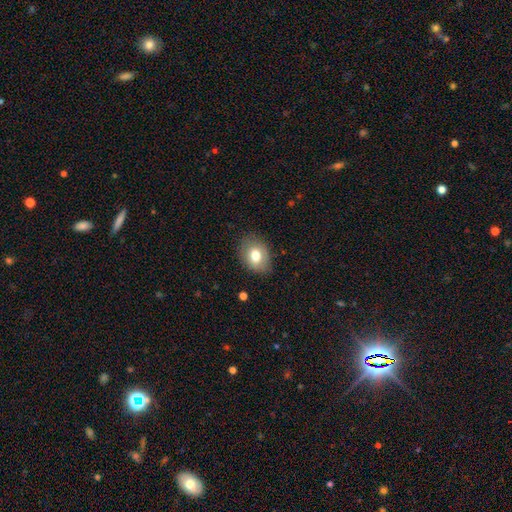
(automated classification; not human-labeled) Smooth or featured?
  - smooth: 74% *
  - featured or disk: 17%
  - star or artifact: 8%
How rounded?
  - in between: 68% *
  - round: 31%
  - cigar-shaped: 1%
Merging?
  - none: 80% *
  - minor disturbance: 15%
  - major disturbance: 4%
  - merger: 1%